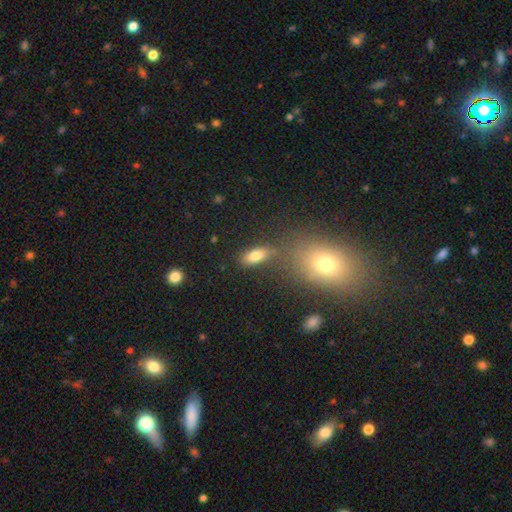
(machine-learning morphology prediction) smooth_or_featured: smooth (p=0.77) [alt: star or artifact p=0.12]
how_rounded: in between (p=0.82) [alt: cigar-shaped p=0.11]
merging: none (p=0.66) [alt: minor disturbance p=0.15]